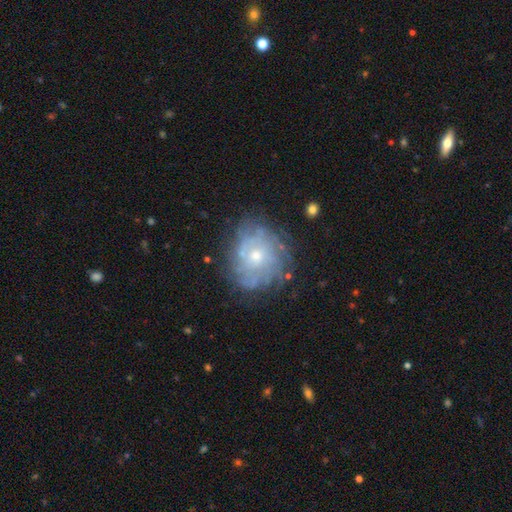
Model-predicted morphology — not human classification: featured or disk 69%, smooth 21%, star or artifact 10%. Down the decision tree: edge-on disk — no (97%); bar — no (84%); spiral arms — yes (72%); bulge size — small (51%); merging — none (72%).